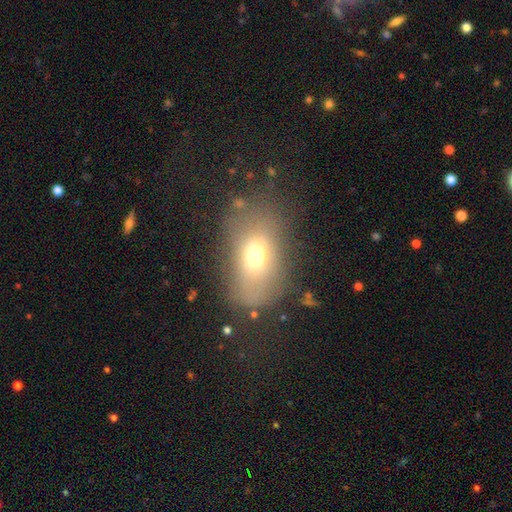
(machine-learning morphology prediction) Smooth or featured? smooth (63%)
How rounded? in between (81%)
Merging? none (63%)